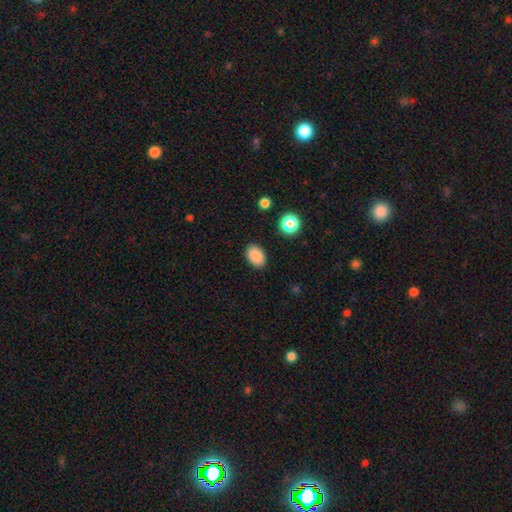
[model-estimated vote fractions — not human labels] A smooth galaxy with no disk features (88%) that is in between round and cigar-shaped (83%).

Vote fractions:
- Smooth or featured? smooth: 88% / star or artifact: 9% / featured or disk: 4%
- How rounded? in between: 83% / round: 16% / cigar-shaped: 1%
- Merging? none: 88% / minor disturbance: 9% / major disturbance: 3% / merger: 1%